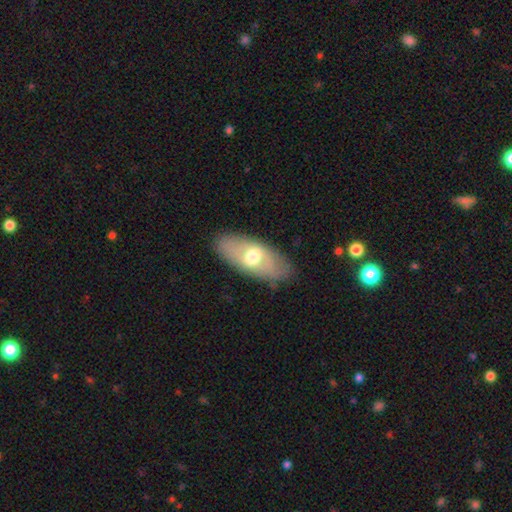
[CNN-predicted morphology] A smooth galaxy with no disk features (50%) that is in between round and cigar-shaped (84%). Merging: none (85%).